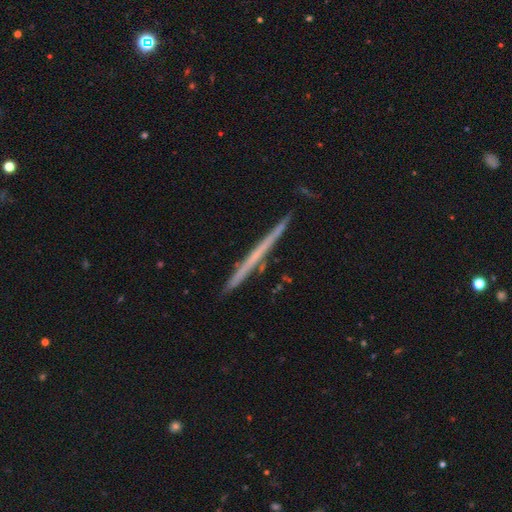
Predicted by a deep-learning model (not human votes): Smooth or featured? Predicted: featured or disk (p=0.59). Edge-on disk? Predicted: yes (p=0.98). Edge-on bulge? Predicted: none (p=0.91). Merging? Predicted: none (p=0.89).